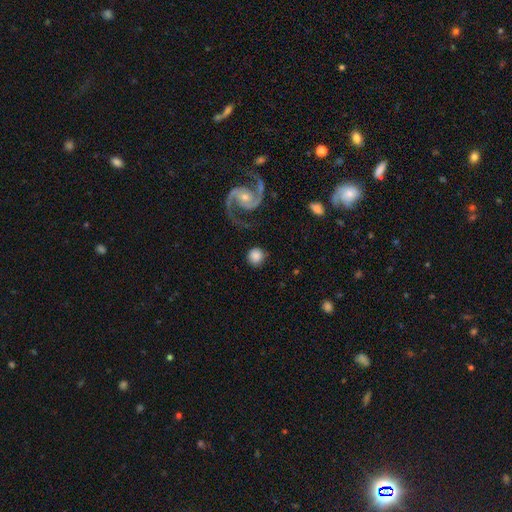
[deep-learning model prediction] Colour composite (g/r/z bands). It shows a smooth galaxy with no disk features (66%) that is round (92%). Merging: none (80%).